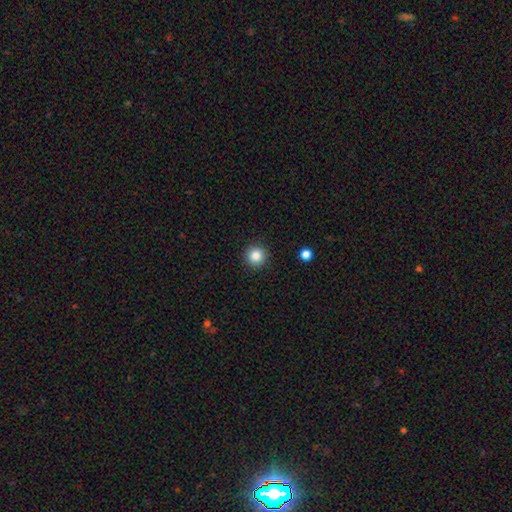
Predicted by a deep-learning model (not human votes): smooth_or_featured: smooth (p=0.85) [alt: star or artifact p=0.11]
how_rounded: round (p=0.95) [alt: in between p=0.04]
merging: none (p=0.92) [alt: minor disturbance p=0.05]